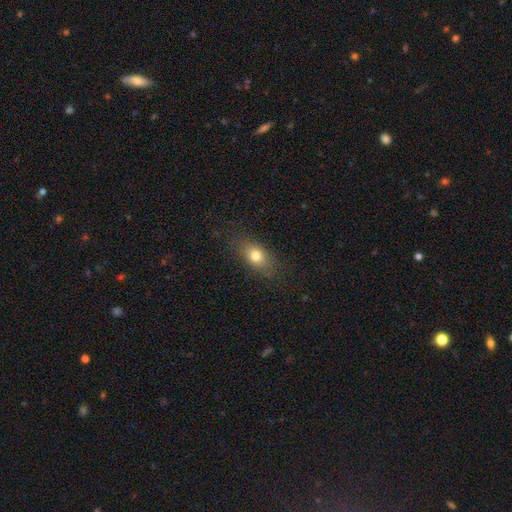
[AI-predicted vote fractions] Smooth or featured? smooth (77%)
How rounded? in between (74%)
Merging? none (81%)